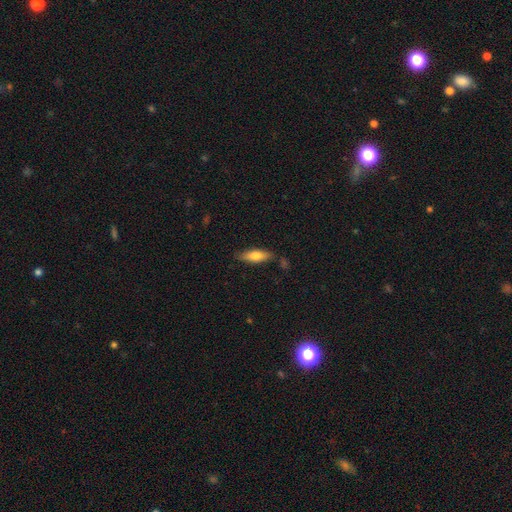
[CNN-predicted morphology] type=smooth (69%); roundness=in between (50%); merging=none (78%).